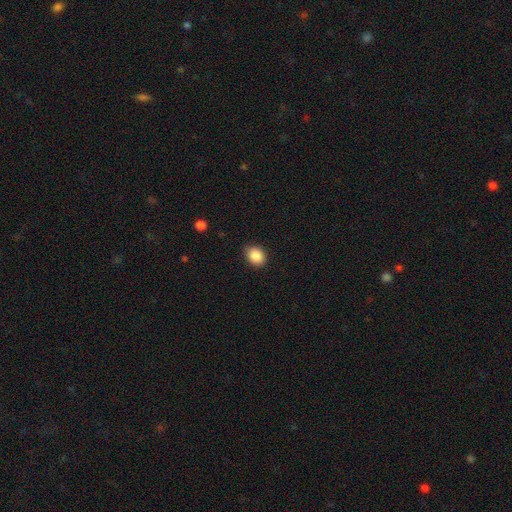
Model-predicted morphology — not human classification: This is clearly a smooth galaxy (87%). How rounded: possibly in between (52%). Merging: clearly none (80%).